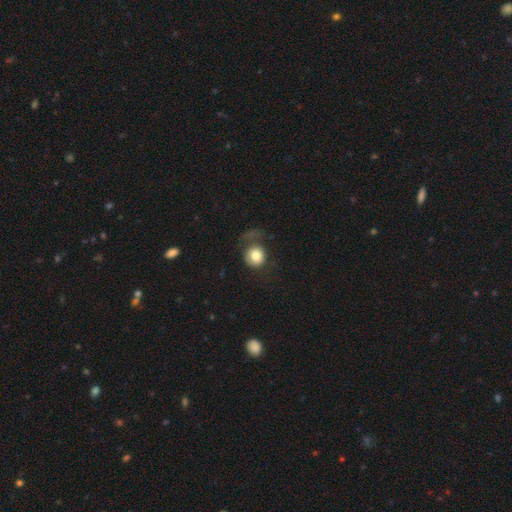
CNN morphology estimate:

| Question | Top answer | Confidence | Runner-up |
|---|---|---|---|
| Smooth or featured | smooth | 78% | featured or disk (14%) |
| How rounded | round | 88% | in between (11%) |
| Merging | none | 44% | major disturbance (31%) |